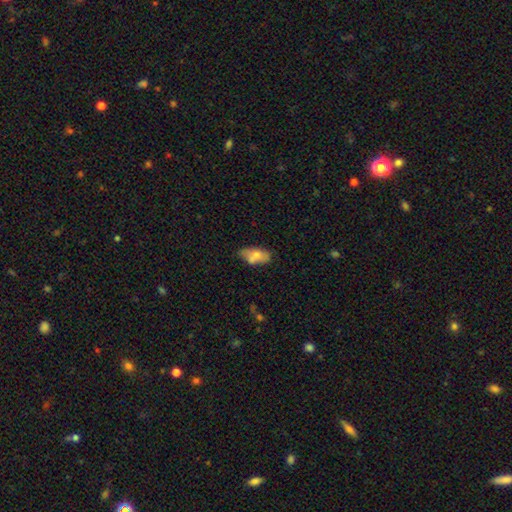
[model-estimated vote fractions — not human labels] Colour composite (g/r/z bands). It shows a smooth galaxy with no disk features (67%) that is in between round and cigar-shaped (88%). Merging: none (48%).